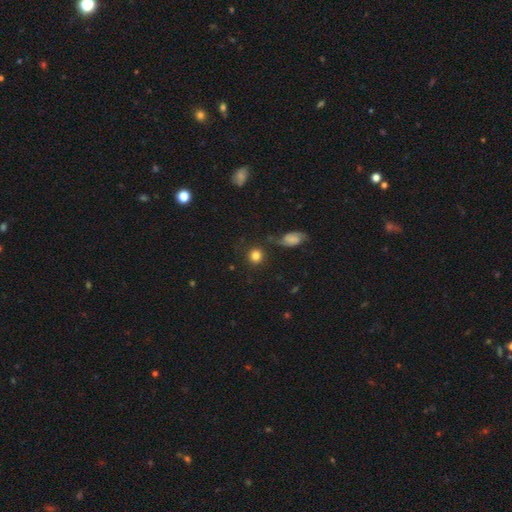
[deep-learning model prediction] Smooth or featured? Predicted: smooth (p=0.81). How rounded? Predicted: round (p=0.89). Merging? Predicted: none (p=0.79).